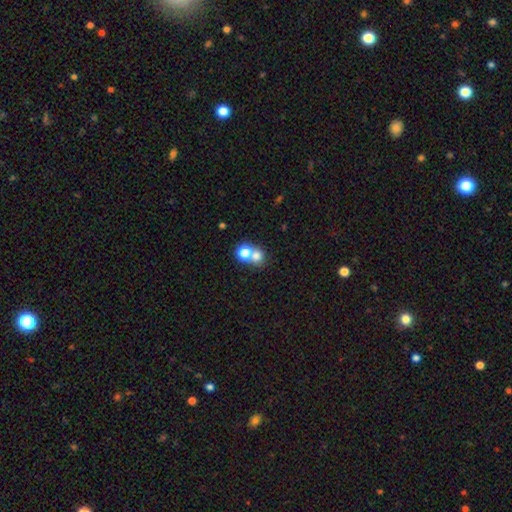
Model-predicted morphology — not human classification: The model was most divided on "merging": merger: 49%, none: 42%, minor disturbance: 6%, major disturbance: 3%. More confident: how rounded — round (80%); smooth or featured — smooth (72%).